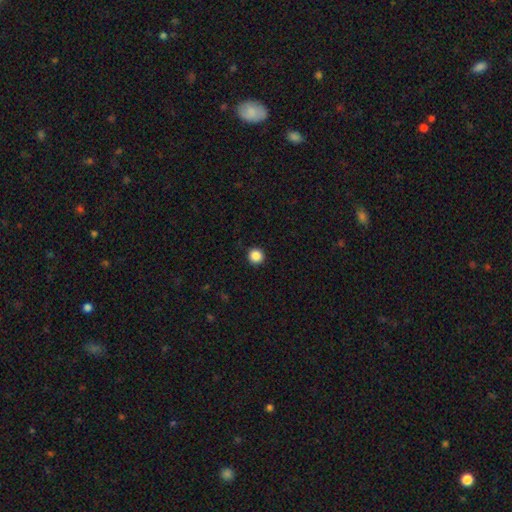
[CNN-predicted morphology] A smooth galaxy with no disk features (87%) that is round (96%). Merging: none (93%).